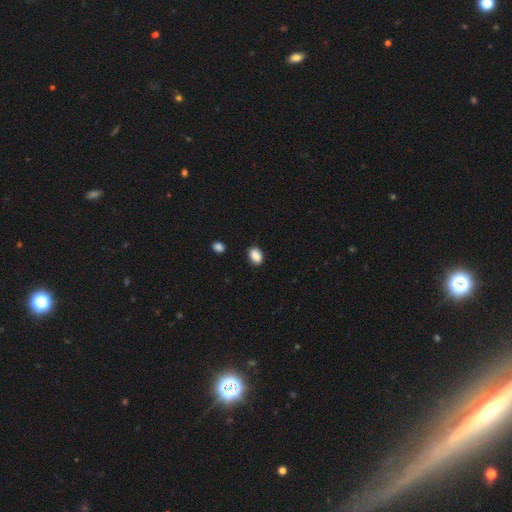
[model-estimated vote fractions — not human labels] Q: Smooth or featured?
A: smooth (89%); runner-up: star or artifact (8%)
Q: How rounded?
A: in between (81%); runner-up: round (18%)
Q: Merging?
A: none (88%); runner-up: minor disturbance (9%)